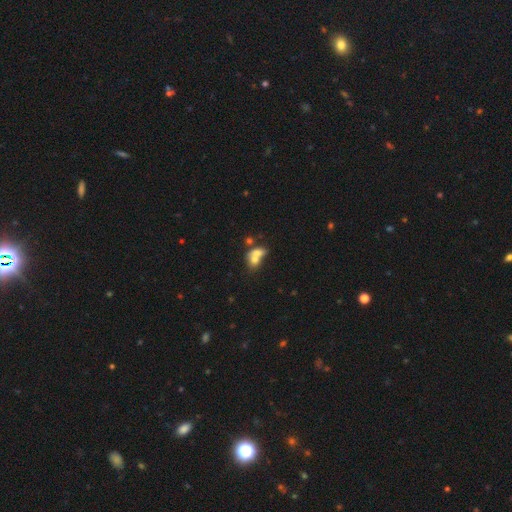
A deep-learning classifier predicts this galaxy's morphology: Overall: smooth (67%). How rounded: in between (62%; round 36%). Merging: merger (68%).